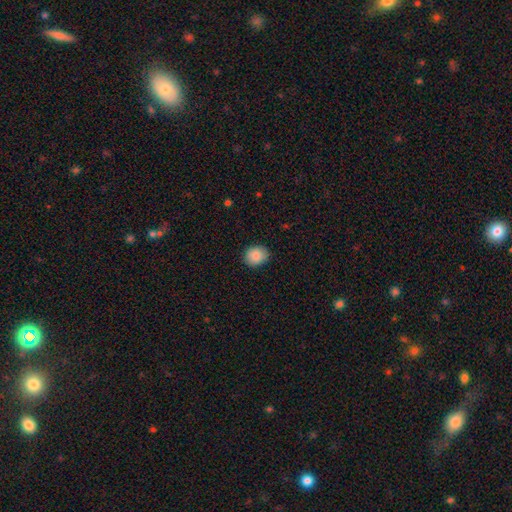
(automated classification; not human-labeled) smooth_or_featured: smooth (p=0.88) [alt: star or artifact p=0.08]
how_rounded: round (p=0.68) [alt: in between p=0.32]
merging: none (p=0.87) [alt: minor disturbance p=0.10]